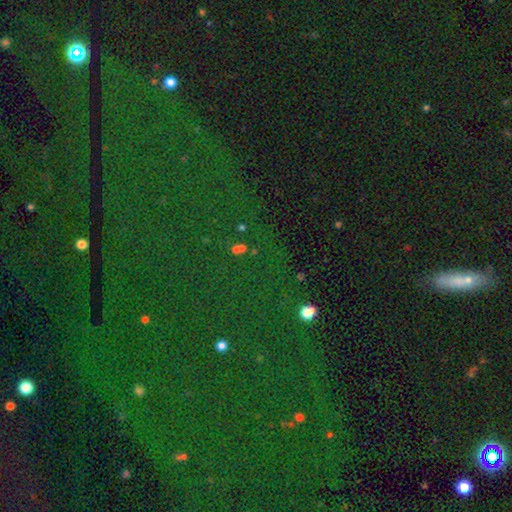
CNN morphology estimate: type=star or artifact (80%).